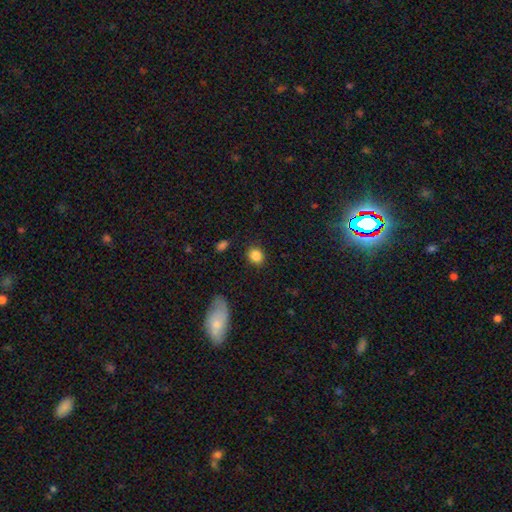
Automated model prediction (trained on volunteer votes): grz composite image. It shows a smooth galaxy with no disk features (85%) that is round (67%). Merging: none (86%).